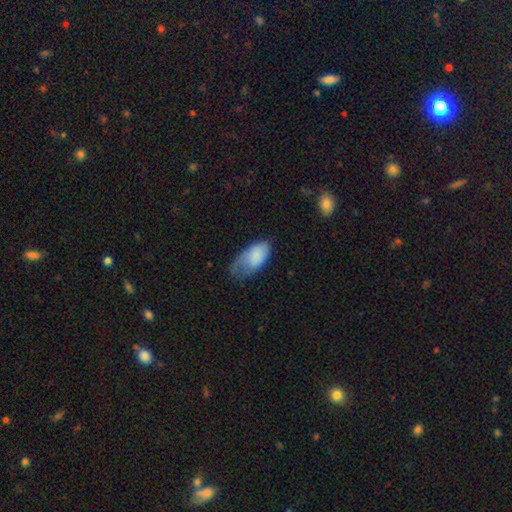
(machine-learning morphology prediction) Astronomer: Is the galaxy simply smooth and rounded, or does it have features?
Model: smooth — 81%.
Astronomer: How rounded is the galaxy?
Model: in between — 94%.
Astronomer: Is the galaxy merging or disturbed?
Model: minor disturbance — 43% (runner-up: none, 30%).